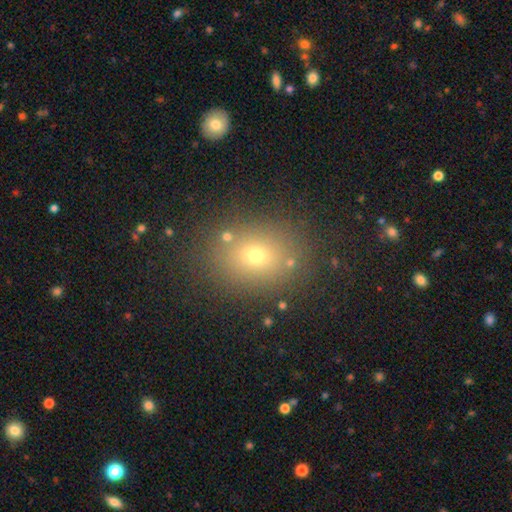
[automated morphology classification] smooth_or_featured: smooth (p=0.67) [alt: star or artifact p=0.20]
how_rounded: round (p=0.50) [alt: in between p=0.48]
merging: none (p=0.81) [alt: minor disturbance p=0.10]